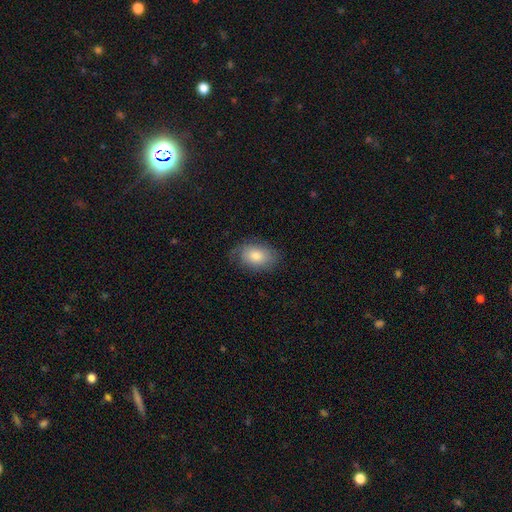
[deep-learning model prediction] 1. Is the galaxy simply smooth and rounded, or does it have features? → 72% smooth, 20% featured or disk, 8% star or artifact.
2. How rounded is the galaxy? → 82% in between, 17% round, 1% cigar-shaped.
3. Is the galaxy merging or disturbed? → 71% none, 21% minor disturbance, 7% major disturbance, 1% merger.